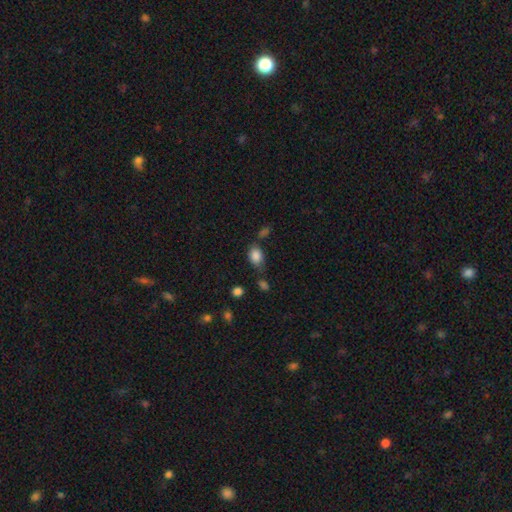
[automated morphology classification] This appears to be a smooth galaxy with no disk features (85%) that is in between round and cigar-shaped (79%). Merging: none (59%).